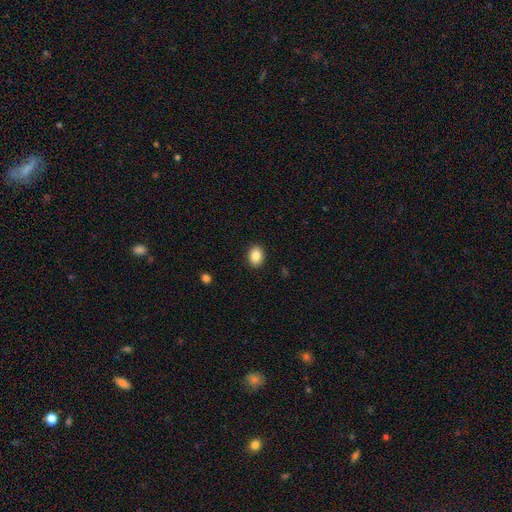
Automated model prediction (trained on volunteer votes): A smooth galaxy with no disk features (86%) that is in between round and cigar-shaped (66%).

Vote fractions:
- Smooth or featured? smooth: 86% / star or artifact: 8% / featured or disk: 5%
- How rounded? in between: 66% / round: 33% / cigar-shaped: 1%
- Merging? none: 90% / minor disturbance: 7% / major disturbance: 2% / merger: 1%